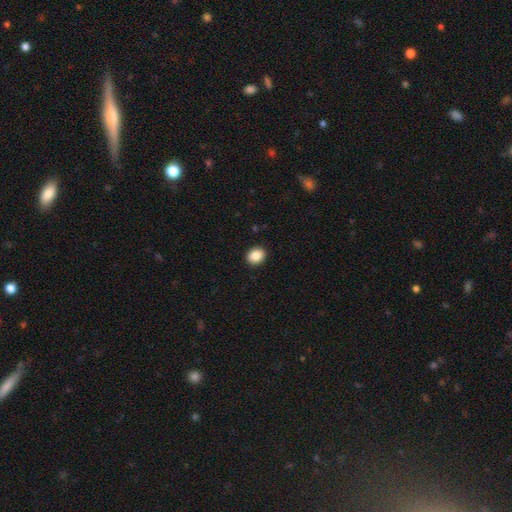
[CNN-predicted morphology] smooth_or_featured: smooth (p=0.87) [alt: star or artifact p=0.09]
how_rounded: round (p=0.62) [alt: in between p=0.37]
merging: none (p=0.92) [alt: minor disturbance p=0.05]